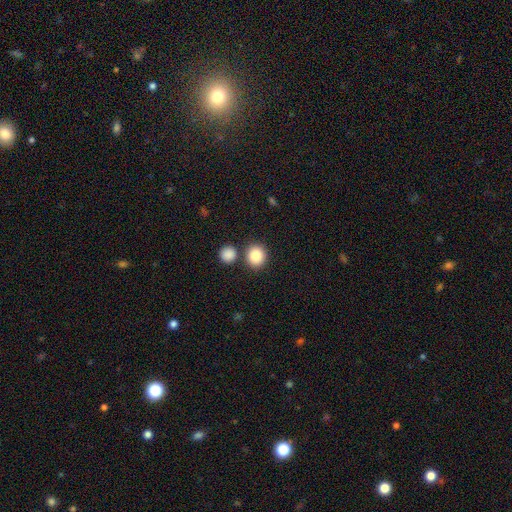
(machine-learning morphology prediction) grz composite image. It shows a smooth galaxy with no disk features (87%) that is round (84%). Merging: none (77%).